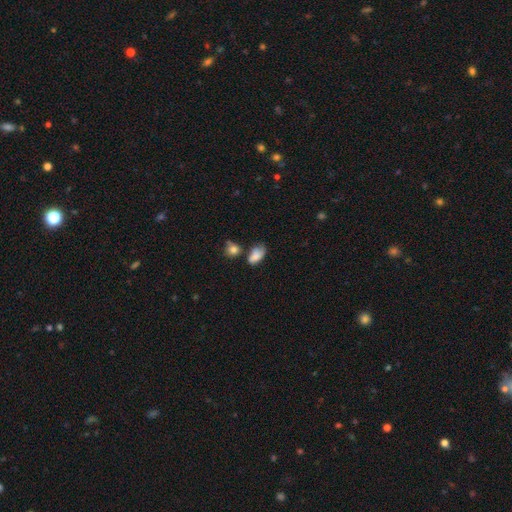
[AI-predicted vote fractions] smooth_or_featured: smooth (p=0.76) [alt: featured or disk p=0.14]
how_rounded: in between (p=0.87) [alt: round p=0.11]
merging: none (p=0.41) [alt: minor disturbance p=0.30]